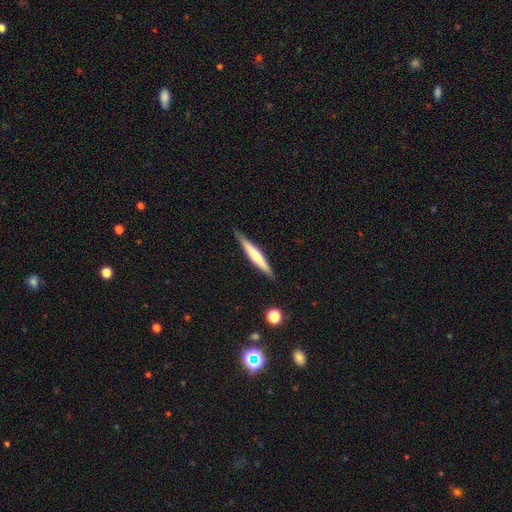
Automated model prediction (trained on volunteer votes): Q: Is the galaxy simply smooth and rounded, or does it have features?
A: featured or disk — 55%.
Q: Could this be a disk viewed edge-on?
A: yes — 96%.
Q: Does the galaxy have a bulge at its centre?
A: rounded — 62%.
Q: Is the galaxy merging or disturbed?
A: none — 87%.